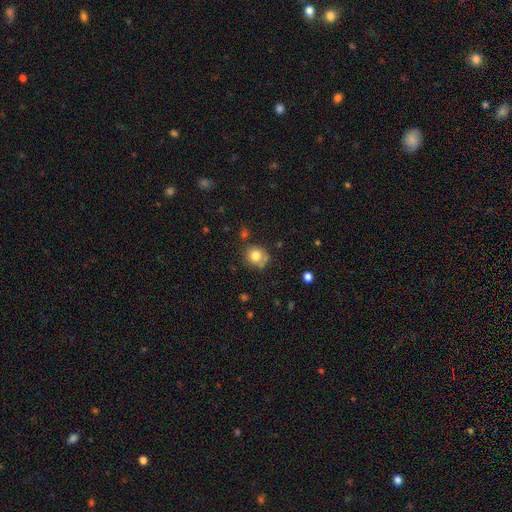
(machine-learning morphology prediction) A smooth galaxy with no disk features (80%) that is round (83%). Merging: none (65%).